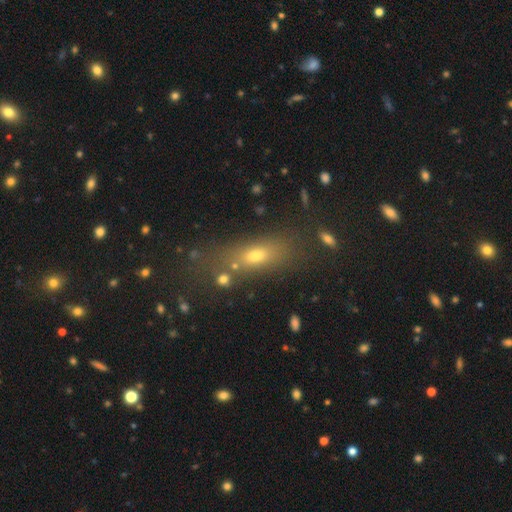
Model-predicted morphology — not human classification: Smooth or featured?
  - smooth: 55% *
  - star or artifact: 26%
  - featured or disk: 19%
How rounded?
  - in between: 52% *
  - cigar-shaped: 35%
  - round: 13%
Merging?
  - none: 66% *
  - minor disturbance: 14%
  - merger: 12%
  - major disturbance: 8%